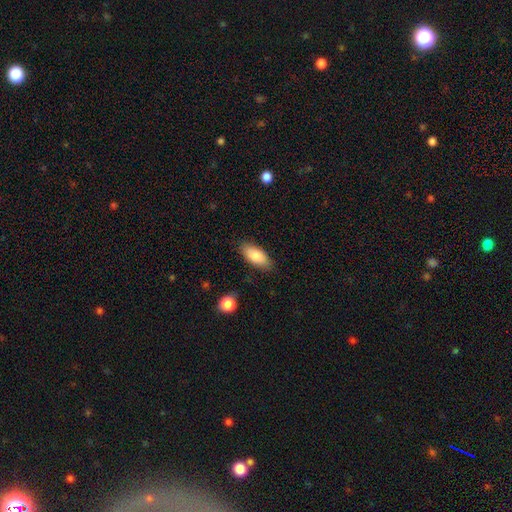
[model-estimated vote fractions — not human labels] smooth_or_featured: smooth (p=0.85) [alt: featured or disk p=0.08]
how_rounded: in between (p=0.87) [alt: cigar-shaped p=0.11]
merging: none (p=0.84) [alt: minor disturbance p=0.12]